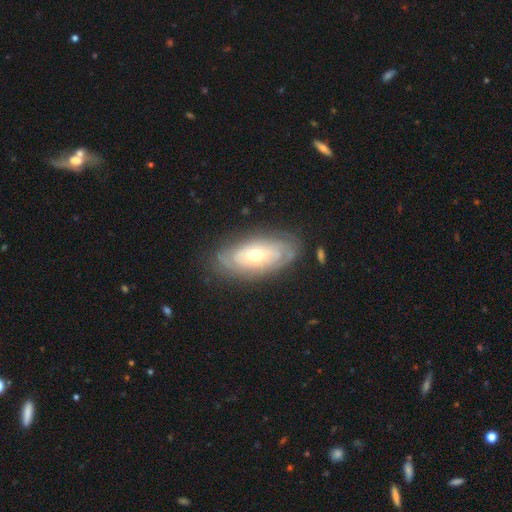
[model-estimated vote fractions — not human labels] Smooth or featured? Predicted: featured or disk (p=0.72). Edge-on disk? Predicted: no (p=0.90). Bar? Predicted: no (p=0.79). Spiral arms? Predicted: yes (p=0.78). Spiral winding? Predicted: tight (p=0.76). Spiral arm count? Predicted: can't tell (p=0.58). Bulge size? Predicted: moderate (p=0.59). Merging? Predicted: none (p=0.77).